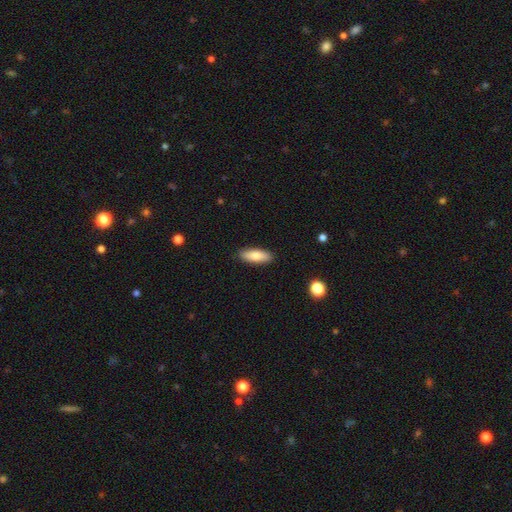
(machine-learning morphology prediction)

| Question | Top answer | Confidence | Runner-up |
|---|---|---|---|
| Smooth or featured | smooth | 79% | featured or disk (15%) |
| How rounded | in between | 65% | cigar-shaped (33%) |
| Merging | none | 89% | minor disturbance (9%) |